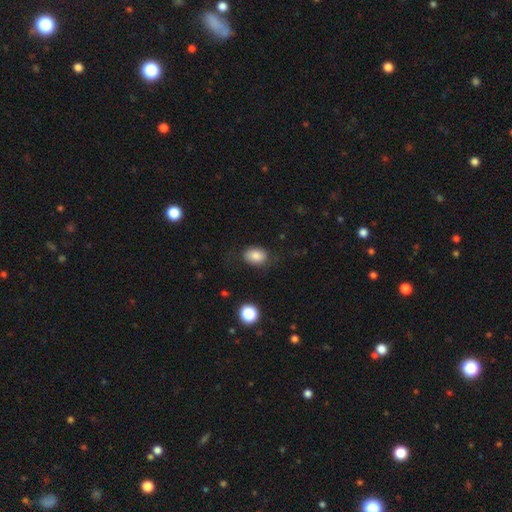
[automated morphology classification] Smooth or featured? Predicted: smooth (p=0.82). How rounded? Predicted: in between (p=0.76). Merging? Predicted: none (p=0.73).